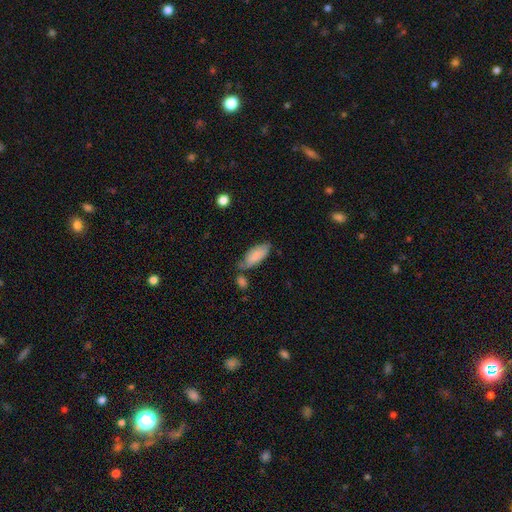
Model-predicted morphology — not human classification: Smooth or featured? Predicted: smooth (p=0.83). How rounded? Predicted: in between (p=0.80). Merging? Predicted: none (p=0.58).